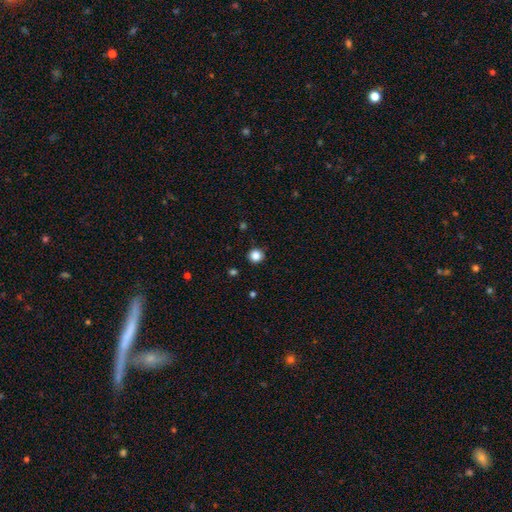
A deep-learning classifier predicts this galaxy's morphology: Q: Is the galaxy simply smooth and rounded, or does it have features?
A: smooth — 86%.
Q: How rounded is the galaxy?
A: round — 94%.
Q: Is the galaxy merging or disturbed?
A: none — 91%.